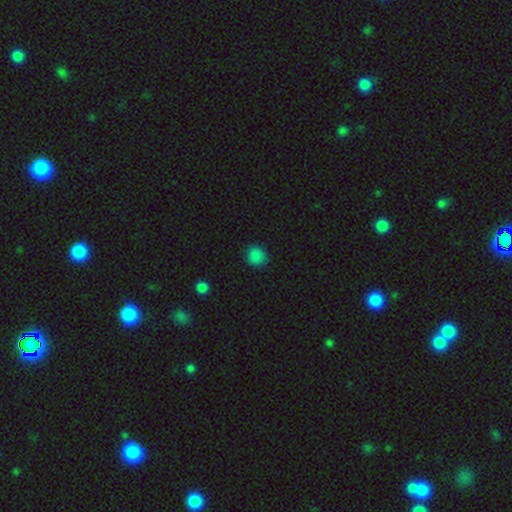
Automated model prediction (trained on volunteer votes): This is clearly a smooth galaxy (84%). How rounded: clearly round (87%). Merging: clearly none (88%).